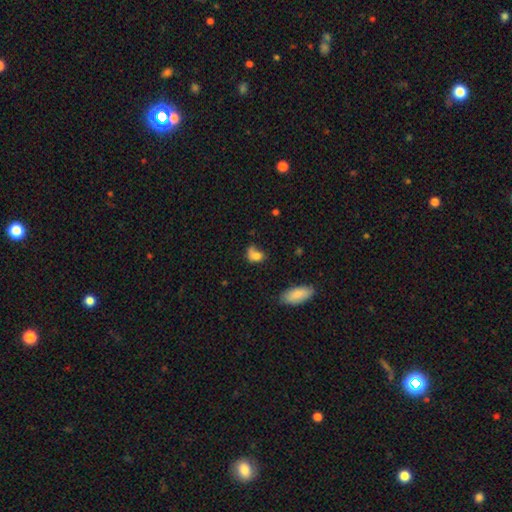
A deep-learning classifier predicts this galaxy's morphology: smooth-or-featured: smooth: 76% | featured or disk: 13% | star or artifact: 11%
  how-rounded: in between: 67% | round: 30% | cigar-shaped: 3%
  merging: none: 34% | minor disturbance: 27% | major disturbance: 22% | merger: 17%